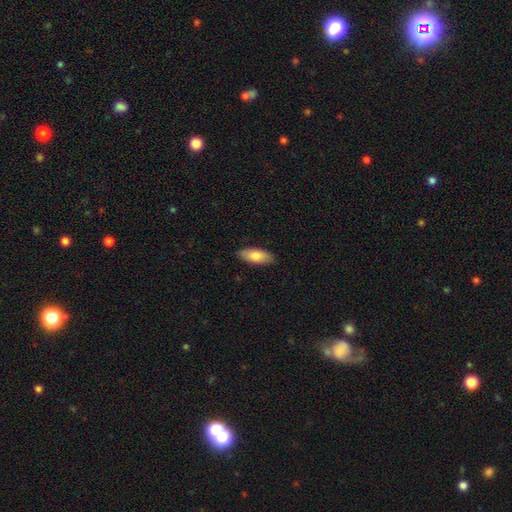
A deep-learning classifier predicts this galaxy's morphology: smooth_or_featured: smooth (p=0.81) [alt: featured or disk p=0.13]
how_rounded: in between (p=0.78) [alt: cigar-shaped p=0.20]
merging: none (p=0.88) [alt: minor disturbance p=0.09]